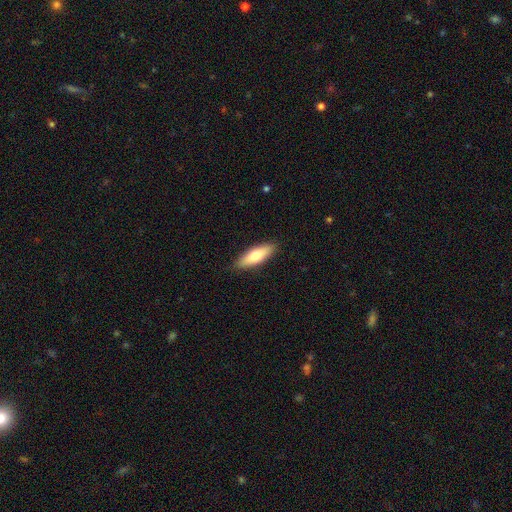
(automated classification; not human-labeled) smooth_or_featured: smooth (p=0.70) [alt: featured or disk p=0.24]
how_rounded: in between (p=0.52) [alt: cigar-shaped p=0.46]
merging: none (p=0.88) [alt: minor disturbance p=0.09]